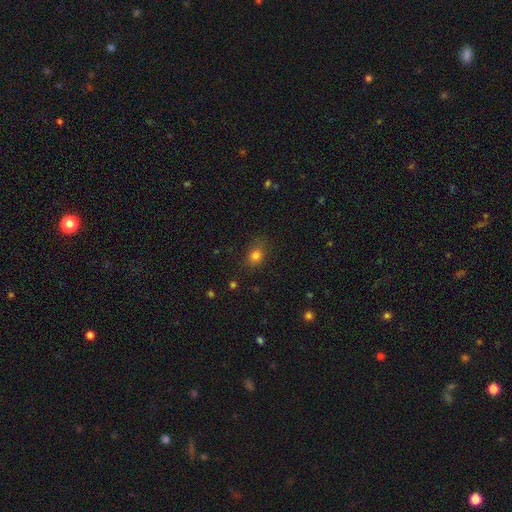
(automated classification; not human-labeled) smooth-or-featured: smooth: 79% | star or artifact: 14% | featured or disk: 7%
  how-rounded: round: 63% | in between: 35% | cigar-shaped: 1%
  merging: none: 79% | minor disturbance: 14% | major disturbance: 5% | merger: 1%